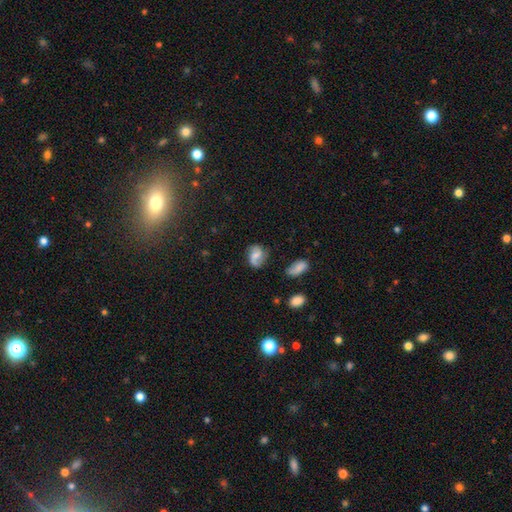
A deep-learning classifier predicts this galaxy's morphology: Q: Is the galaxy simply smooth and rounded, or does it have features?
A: featured or disk — 54%.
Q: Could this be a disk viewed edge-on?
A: no — 97%.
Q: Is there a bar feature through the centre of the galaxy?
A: no — 45%.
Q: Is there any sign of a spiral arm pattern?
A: yes — 88%.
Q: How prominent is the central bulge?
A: moderate — 42%.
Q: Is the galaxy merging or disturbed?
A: none — 63%.